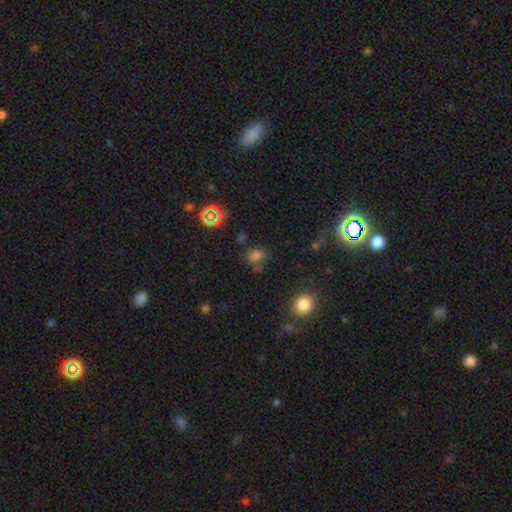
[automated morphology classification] A smooth galaxy with no disk features (62%) that is in between round and cigar-shaped (55%).

Vote fractions:
- Smooth or featured? smooth: 62% / star or artifact: 31% / featured or disk: 8%
- How rounded? in between: 55% / round: 43% / cigar-shaped: 2%
- Merging? none: 59% / minor disturbance: 17% / merger: 15% / major disturbance: 8%